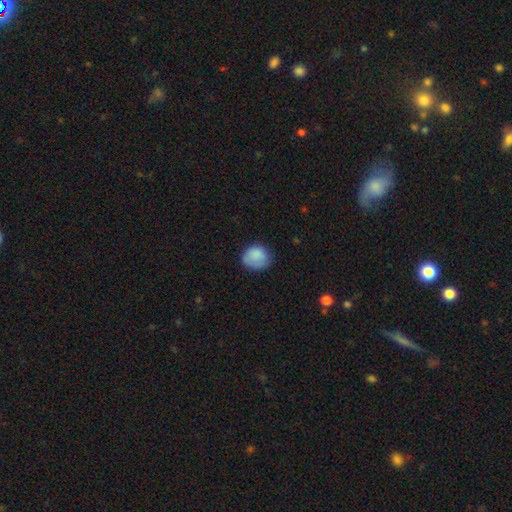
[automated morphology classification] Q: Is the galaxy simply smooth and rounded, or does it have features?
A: smooth — 85%.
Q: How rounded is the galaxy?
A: round — 69%.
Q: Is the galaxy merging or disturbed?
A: none — 67%.